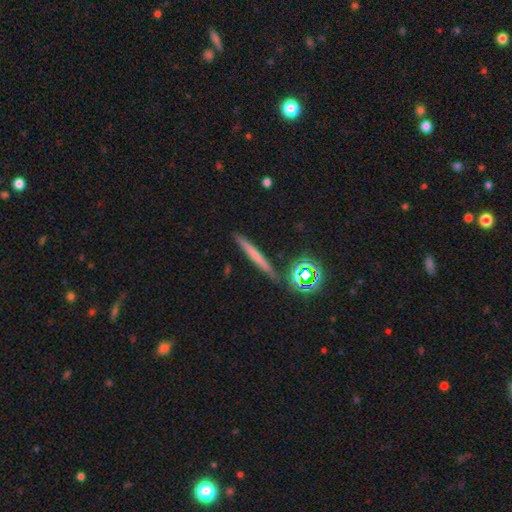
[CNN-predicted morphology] A smooth galaxy with no disk features (53%) that is cigar-shaped (92%). Merging: none (87%).